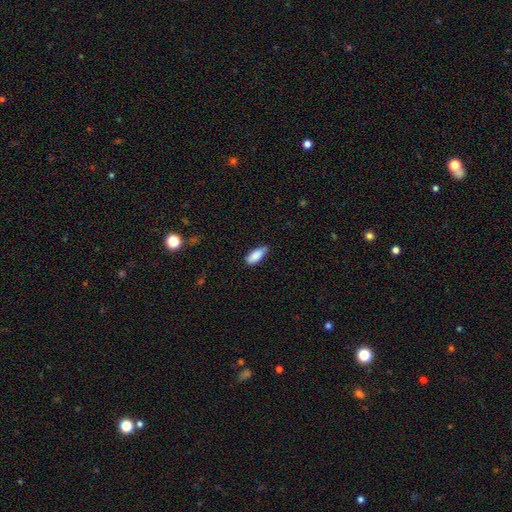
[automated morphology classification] Overall: smooth (87%). How rounded: in between (82%). Merging: none (64%; minor disturbance 30%).